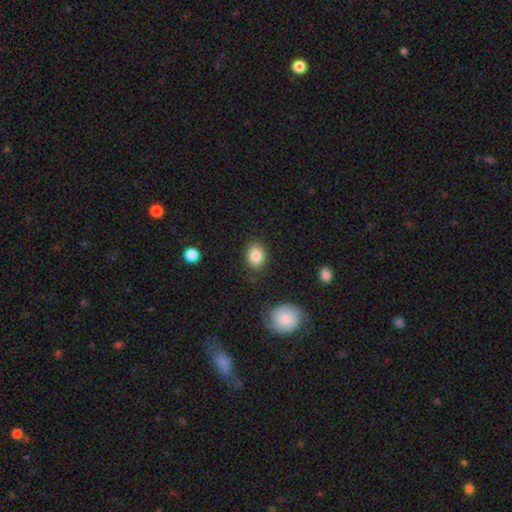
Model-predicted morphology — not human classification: This appears to be a smooth galaxy with no disk features (86%) that is in between round and cigar-shaped (58%). Merging: none (83%).